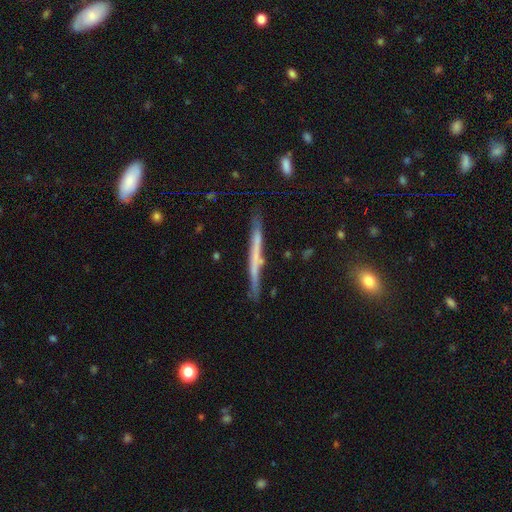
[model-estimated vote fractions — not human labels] featured or disk 54%, smooth 39%, star or artifact 7%. Down the decision tree: edge-on disk — yes (95%); edge-on bulge — none (84%); merging — none (82%).